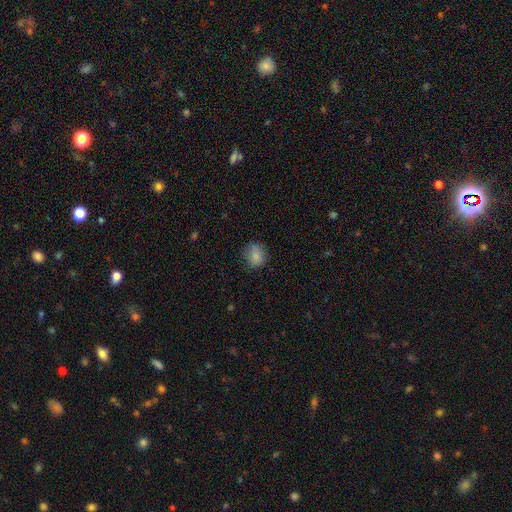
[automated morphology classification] Overall: smooth (81%). How rounded: round (68%; in between 30%). Merging: none (67%).